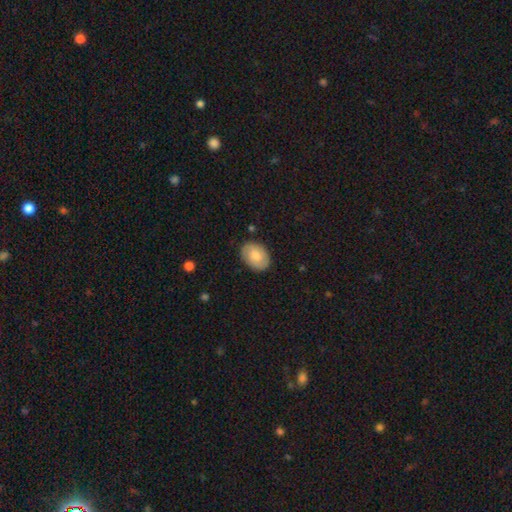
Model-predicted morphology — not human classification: Smooth or featured: smooth — 66% (featured or disk — 27%)
How rounded: in between — 77% (round — 22%)
Merging: none — 83% (minor disturbance — 13%)